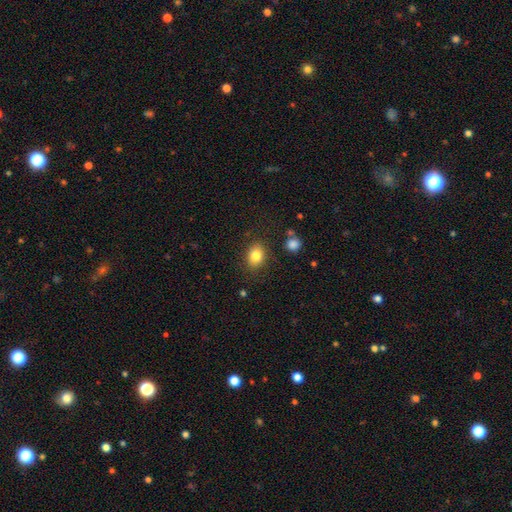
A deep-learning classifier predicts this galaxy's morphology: A smooth galaxy with no disk features (83%) that is in between round and cigar-shaped (61%). Merging: none (83%).